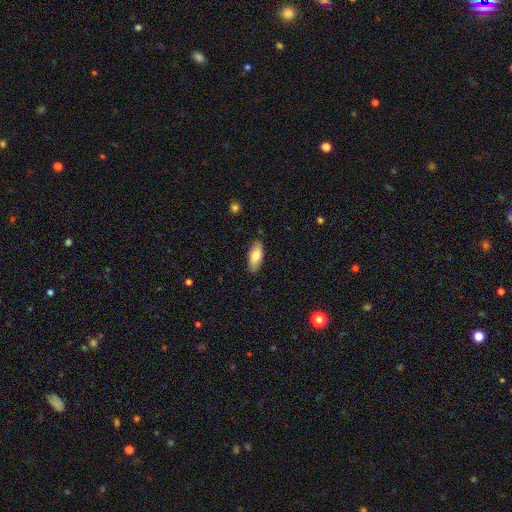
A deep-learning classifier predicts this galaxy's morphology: smooth-or-featured: smooth: 79% | featured or disk: 15% | star or artifact: 6%
  how-rounded: in between: 81% | cigar-shaped: 17% | round: 2%
  merging: none: 85% | minor disturbance: 12% | major disturbance: 2% | merger: 1%